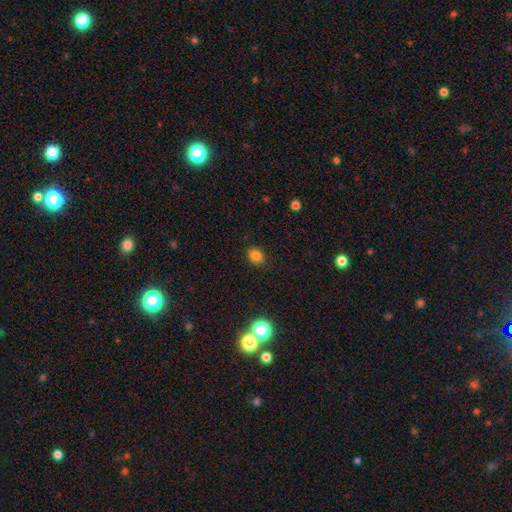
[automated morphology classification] This is clearly a smooth galaxy (81%). How rounded: possibly in between (50%). Merging: clearly none (88%).